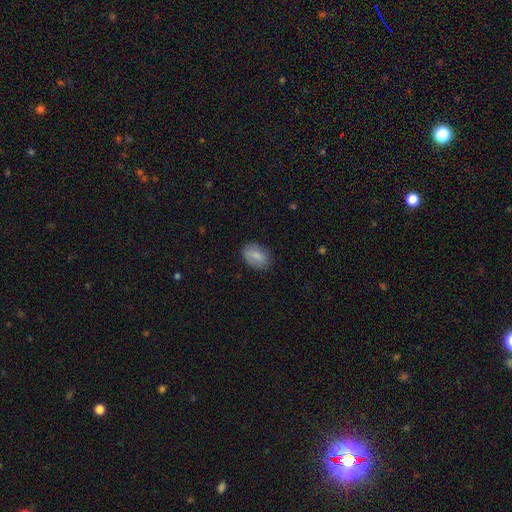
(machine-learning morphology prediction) smooth 79%, featured or disk 14%, star or artifact 7%. Down the decision tree: how rounded — in between (86%); merging — none (81%).